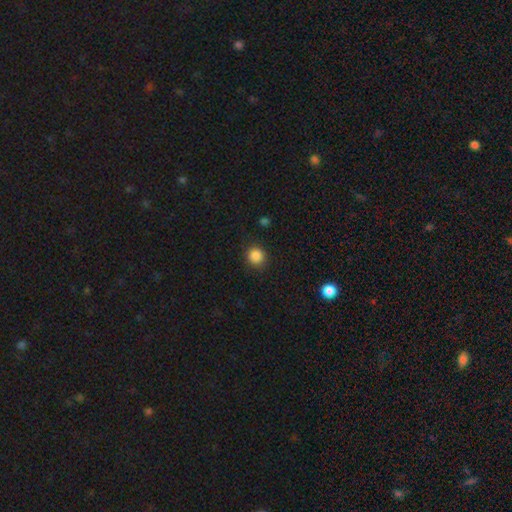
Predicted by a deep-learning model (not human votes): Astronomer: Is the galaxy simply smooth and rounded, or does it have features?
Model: smooth — 87%.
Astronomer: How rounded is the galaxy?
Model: round — 90%.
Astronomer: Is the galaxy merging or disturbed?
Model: none — 88%.